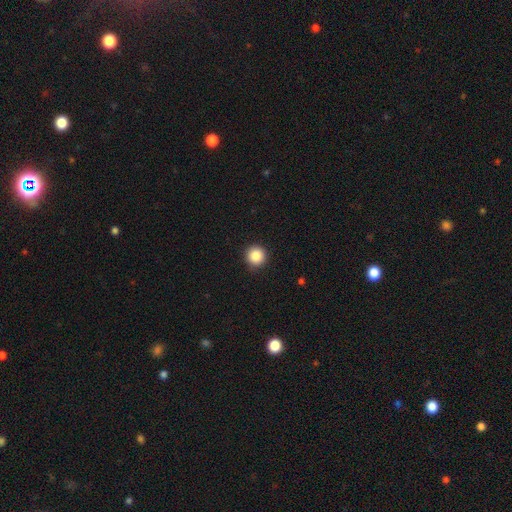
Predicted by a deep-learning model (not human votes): Overall: smooth (86%). How rounded: round (96%). Merging: none (92%).